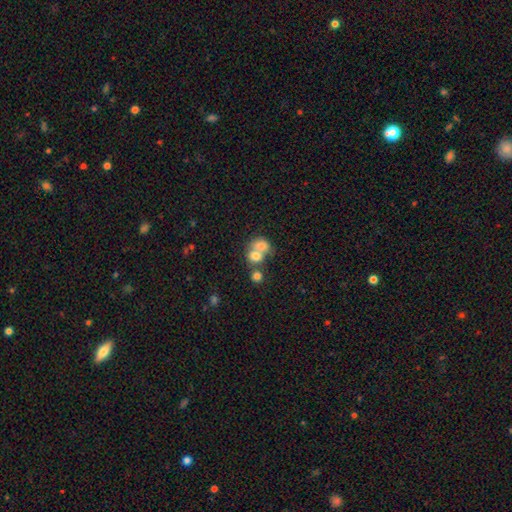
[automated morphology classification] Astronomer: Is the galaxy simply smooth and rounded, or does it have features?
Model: smooth — 73%.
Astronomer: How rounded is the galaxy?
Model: round — 58% (runner-up: in between, 40%).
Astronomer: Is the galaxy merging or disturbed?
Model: merger — 64%.